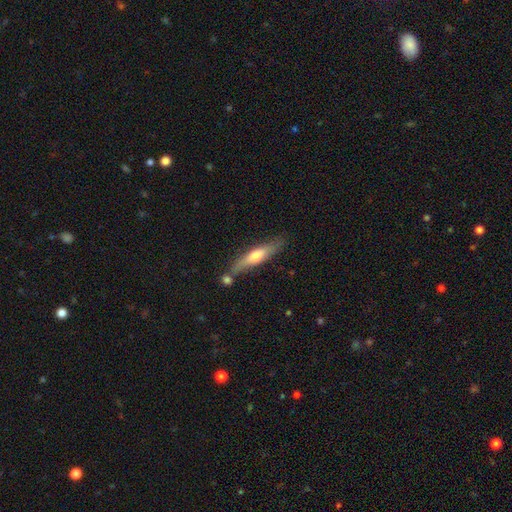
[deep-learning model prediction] smooth_or_featured: smooth (p=0.49) [alt: featured or disk p=0.46]
merging: none (p=0.65) [alt: minor disturbance p=0.16]